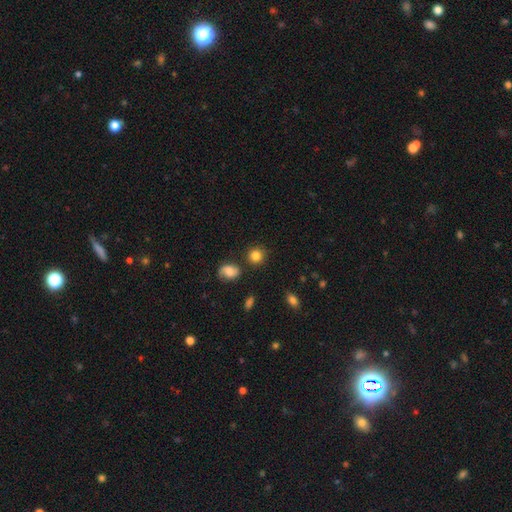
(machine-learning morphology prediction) type=smooth (84%); roundness=round (88%); merging=none (81%).